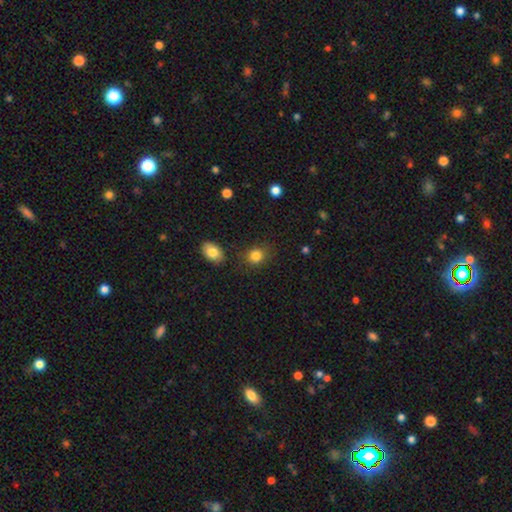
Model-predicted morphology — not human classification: The model was most divided on "how rounded": round: 65%, in between: 34%, cigar-shaped: 1%. More confident: smooth or featured — smooth (84%); merging — none (81%).